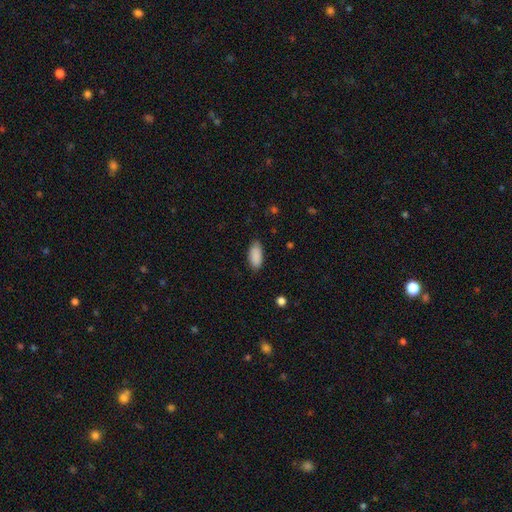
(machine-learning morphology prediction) smooth-or-featured: smooth: 90% | star or artifact: 7% | featured or disk: 4%
  how-rounded: in between: 89% | cigar-shaped: 9% | round: 2%
  merging: none: 84% | minor disturbance: 13% | major disturbance: 3% | merger: 1%